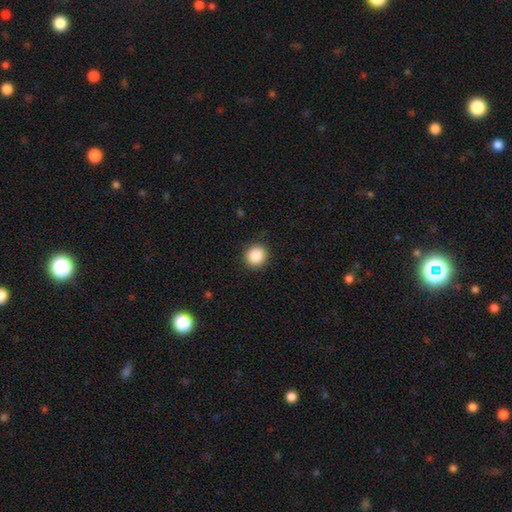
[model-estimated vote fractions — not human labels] Overall: smooth (87%). How rounded: round (91%). Merging: none (91%).